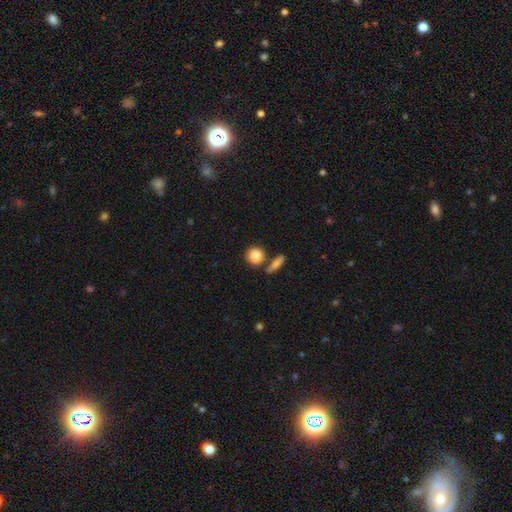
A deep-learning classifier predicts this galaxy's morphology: This appears to be a smooth galaxy with no disk features (85%) that is round (80%). Merging: none (67%).